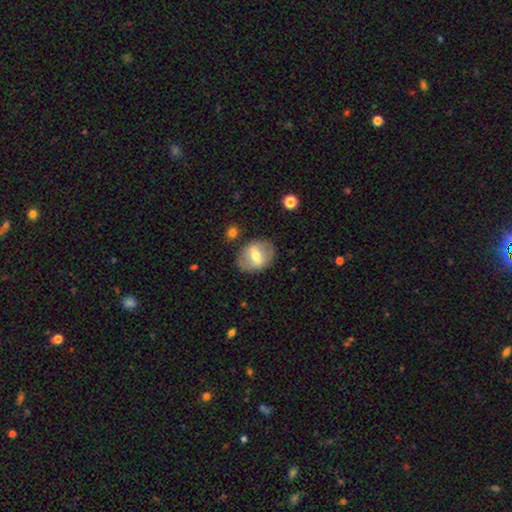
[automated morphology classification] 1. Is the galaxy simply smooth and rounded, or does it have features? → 48% featured or disk, 45% smooth, 7% star or artifact.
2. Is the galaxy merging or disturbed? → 81% none, 13% minor disturbance, 4% major disturbance, 2% merger.